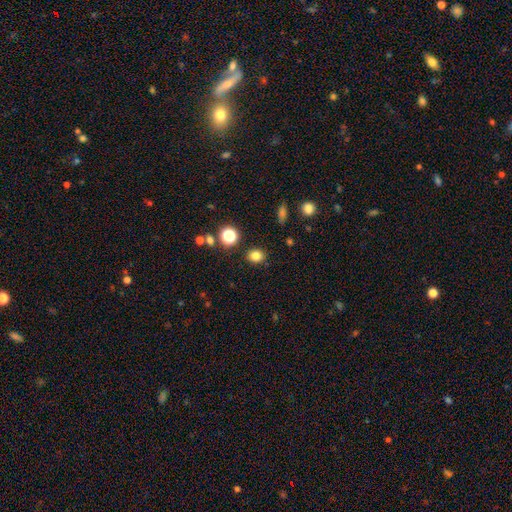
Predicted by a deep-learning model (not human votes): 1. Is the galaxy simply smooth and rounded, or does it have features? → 81% smooth, 14% star or artifact, 5% featured or disk.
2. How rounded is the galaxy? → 67% round, 32% in between, 1% cigar-shaped.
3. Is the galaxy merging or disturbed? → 88% none, 7% minor disturbance, 2% major disturbance, 2% merger.